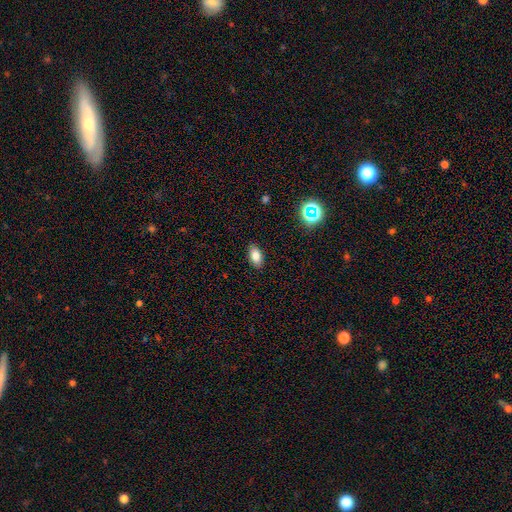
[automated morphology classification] This appears to be a smooth galaxy with no disk features (80%) that is in between round and cigar-shaped (91%). Merging: none (88%).